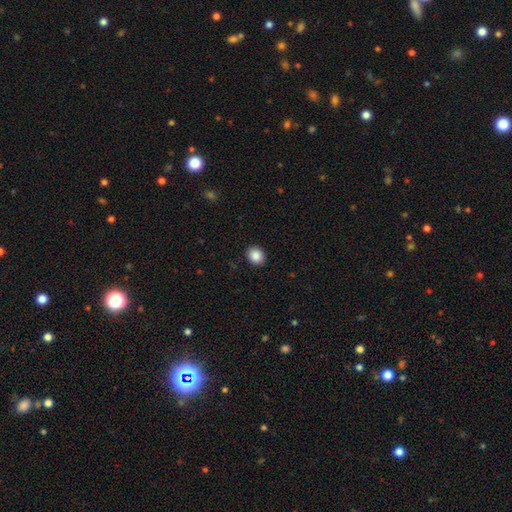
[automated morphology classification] A smooth galaxy with no disk features (88%) that is round (66%). Merging: none (91%).